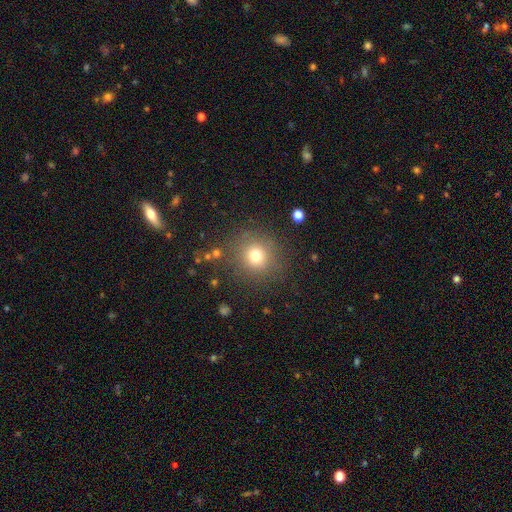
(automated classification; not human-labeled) Smooth or featured? smooth (73%)
How rounded? round (92%)
Merging? none (84%)